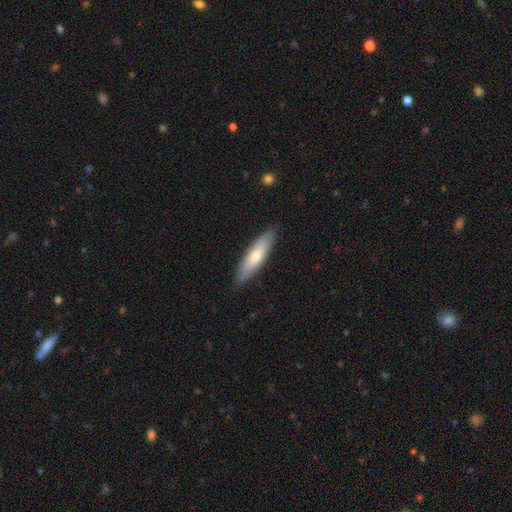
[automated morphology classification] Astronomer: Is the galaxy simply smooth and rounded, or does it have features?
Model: smooth — 68%.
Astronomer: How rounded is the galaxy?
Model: cigar-shaped — 65%.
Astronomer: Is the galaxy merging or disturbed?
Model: none — 87%.